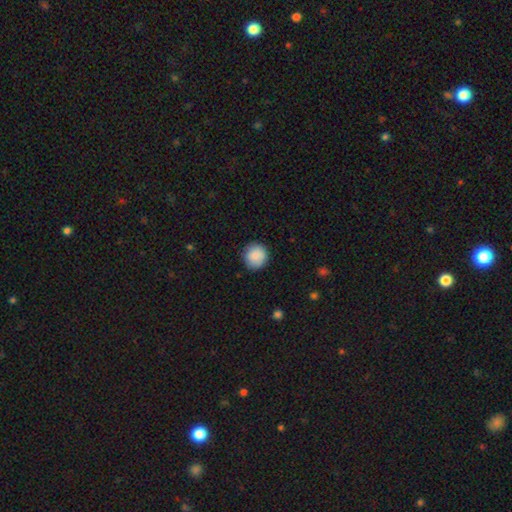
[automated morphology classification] Overall: smooth (89%). How rounded: round (93%). Merging: none (88%).